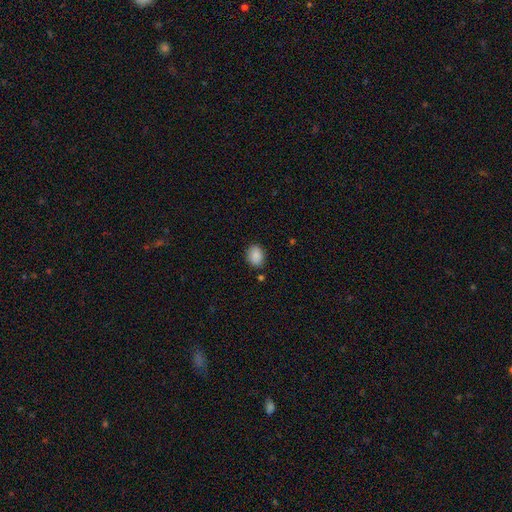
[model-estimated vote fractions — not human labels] Overall: smooth (89%). How rounded: in between (64%; round 35%). Merging: none (83%).